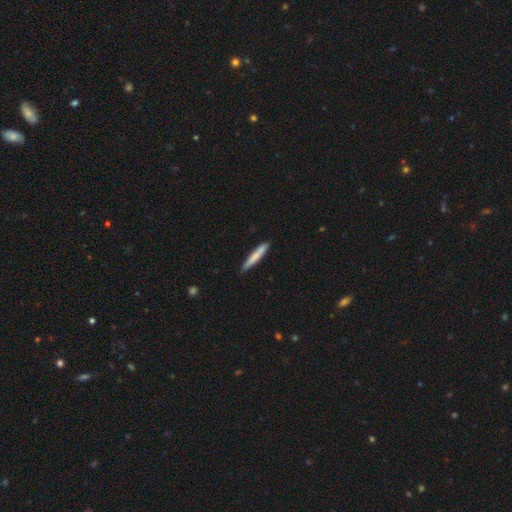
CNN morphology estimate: smooth_or_featured: smooth (p=0.74) [alt: featured or disk p=0.21]
how_rounded: cigar-shaped (p=0.94) [alt: in between p=0.05]
merging: none (p=0.84) [alt: minor disturbance p=0.13]